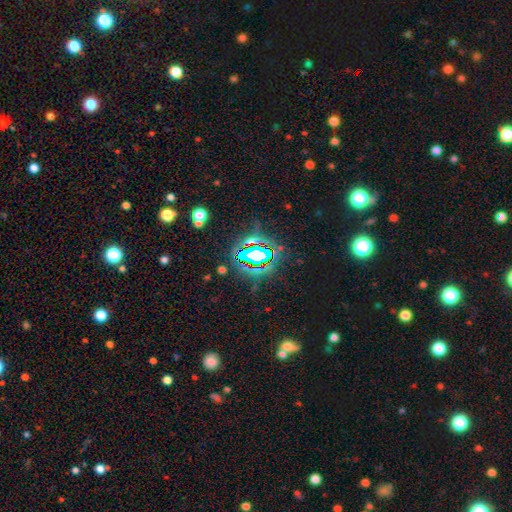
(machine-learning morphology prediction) Smooth or featured? Predicted: star or artifact (p=0.72).